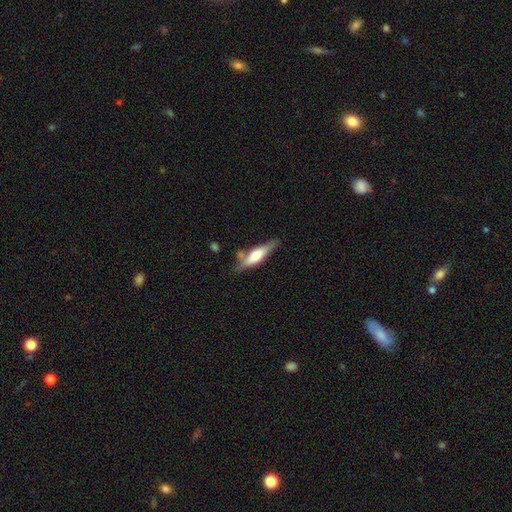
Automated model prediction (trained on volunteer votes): The model was most divided on "smooth or featured": featured or disk: 49%, smooth: 45%, star or artifact: 6%. More confident: merging — none (65%).